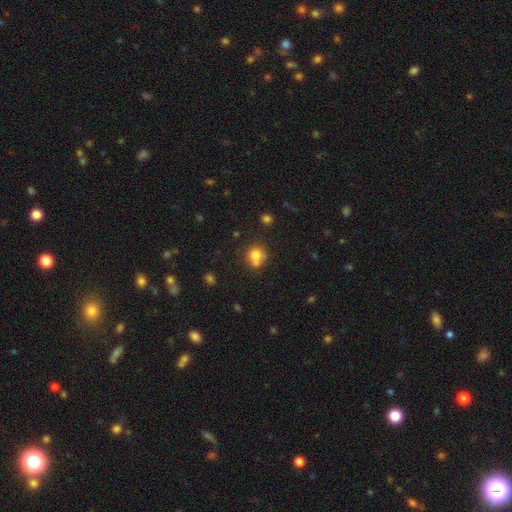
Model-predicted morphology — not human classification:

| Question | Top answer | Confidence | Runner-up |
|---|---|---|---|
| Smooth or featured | smooth | 76% | featured or disk (12%) |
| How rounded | round | 80% | in between (19%) |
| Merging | none | 50% | merger (29%) |